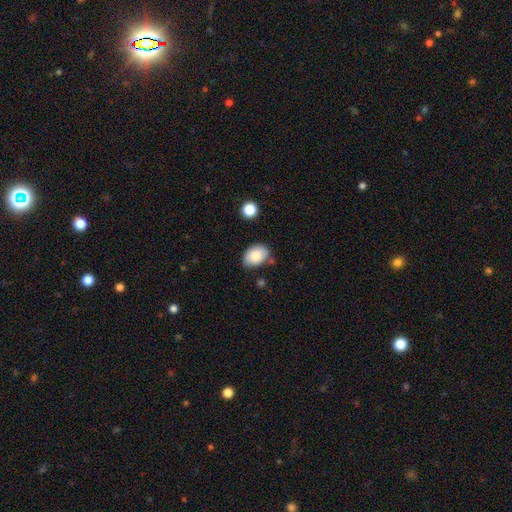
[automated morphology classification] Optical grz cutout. It shows a smooth galaxy with no disk features (85%) that is in between round and cigar-shaped (83%). Merging: none (71%).